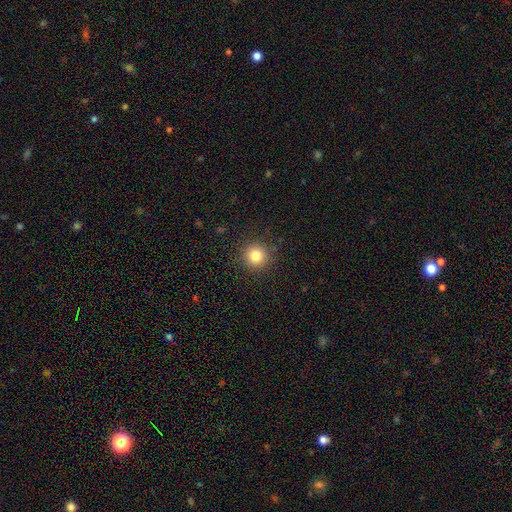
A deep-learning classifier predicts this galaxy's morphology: A smooth galaxy with no disk features (82%) that is round (95%).

Vote fractions:
- Smooth or featured? smooth: 82% / star or artifact: 12% / featured or disk: 6%
- How rounded? round: 95% / in between: 4% / cigar-shaped: 1%
- Merging? none: 91% / minor disturbance: 6% / major disturbance: 2% / merger: 1%